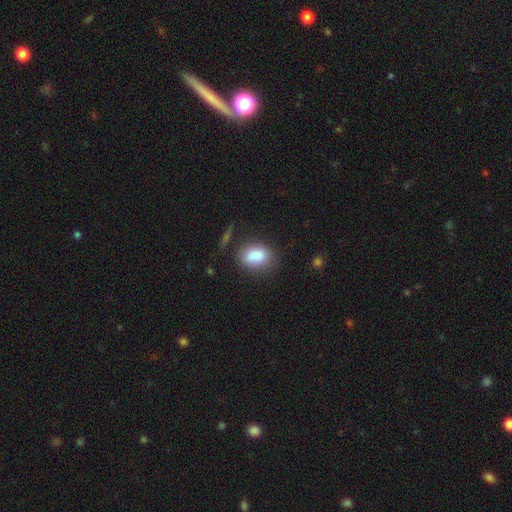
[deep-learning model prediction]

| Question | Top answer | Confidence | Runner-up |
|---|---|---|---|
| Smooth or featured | smooth | 84% | star or artifact (9%) |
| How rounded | in between | 77% | round (21%) |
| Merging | none | 65% | minor disturbance (21%) |